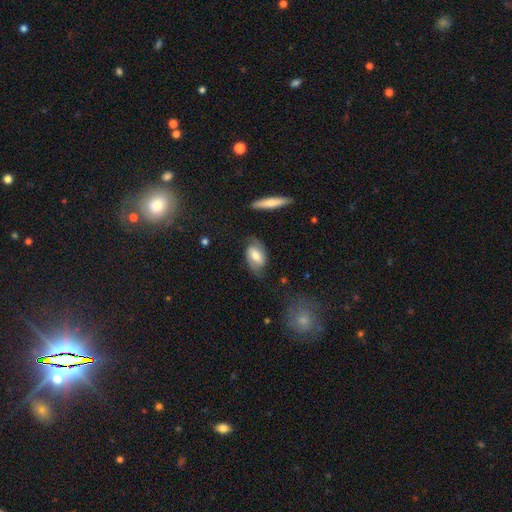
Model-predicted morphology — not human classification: This is likely a featured or disk galaxy (63%). It is clearly not viewed edge-on (94%). Bar: marginally weak (44%). Spiral arm pattern: clearly yes (90%). Spiral arm count: clearly 2 (87%). Spiral winding: possibly medium (46%). Central bulge: possibly moderate (57%). Merging: likely none (70%).